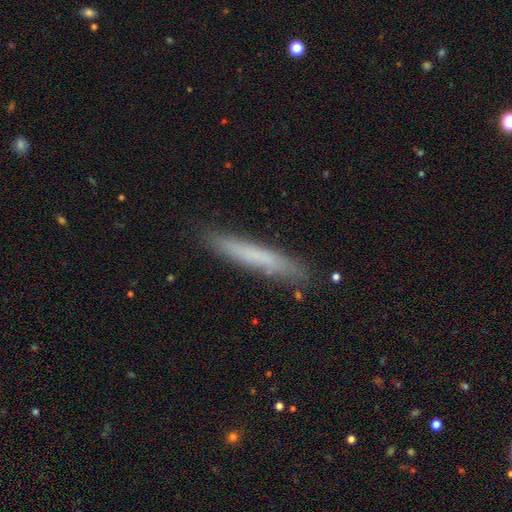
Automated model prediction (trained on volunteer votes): Morphology: type=smooth (65%); roundness=cigar-shaped (95%); merging=none (85%).